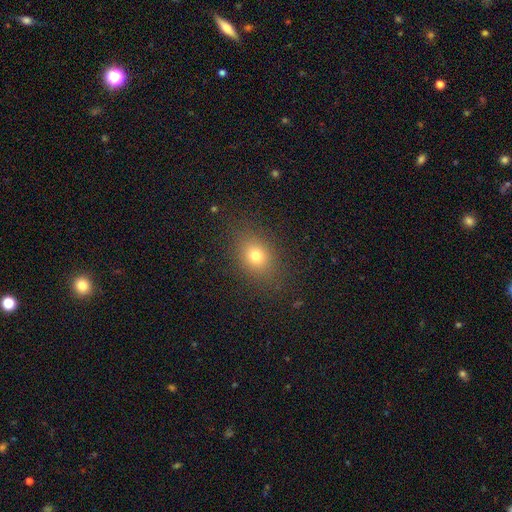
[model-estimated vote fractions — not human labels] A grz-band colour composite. It shows a smooth galaxy with no disk features (75%) that is in between round and cigar-shaped (64%). Merging: none (84%).